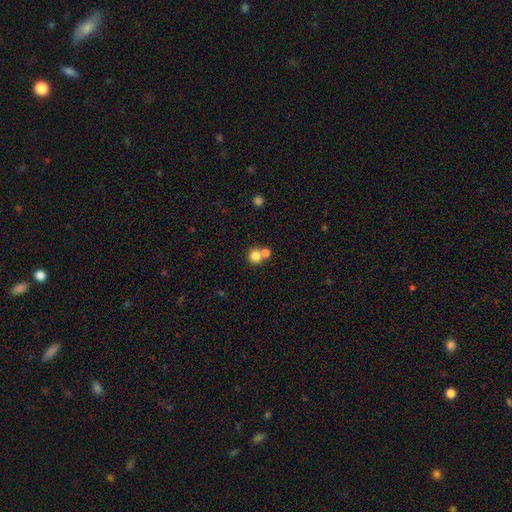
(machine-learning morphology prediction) Q: Smooth or featured?
A: smooth (80%); runner-up: star or artifact (12%)
Q: How rounded?
A: round (91%); runner-up: in between (8%)
Q: Merging?
A: none (54%); runner-up: merger (37%)